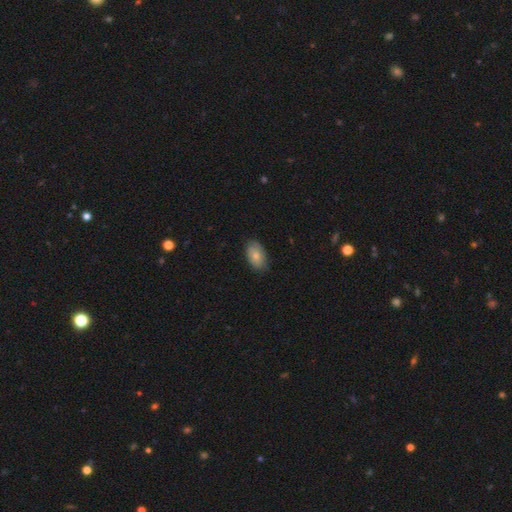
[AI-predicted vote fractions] Overall: smooth (81%). How rounded: in between (93%). Merging: none (84%).